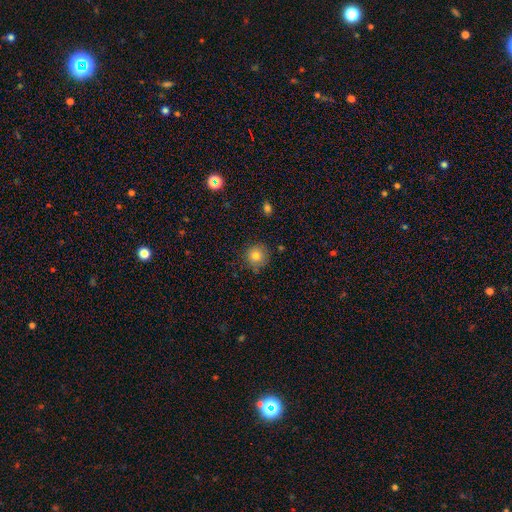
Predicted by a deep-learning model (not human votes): Q: Smooth or featured?
A: smooth (81%); runner-up: star or artifact (11%)
Q: How rounded?
A: round (93%); runner-up: in between (6%)
Q: Merging?
A: none (84%); runner-up: minor disturbance (11%)